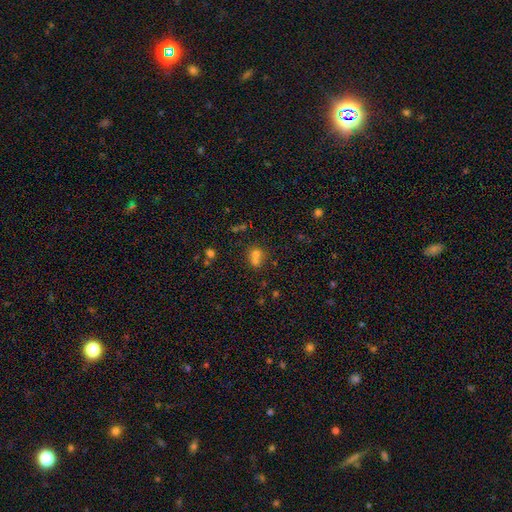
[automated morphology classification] type=smooth (66%); roundness=round (76%); merging=merger (56%).